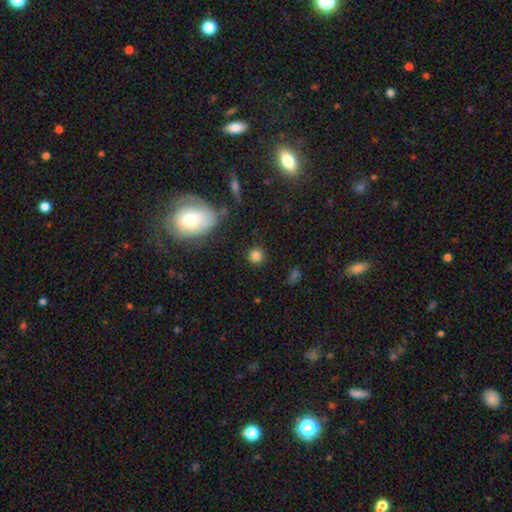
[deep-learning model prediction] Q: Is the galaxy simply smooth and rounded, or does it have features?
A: smooth — 83%.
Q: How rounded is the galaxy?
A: round — 91%.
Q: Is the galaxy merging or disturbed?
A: none — 87%.